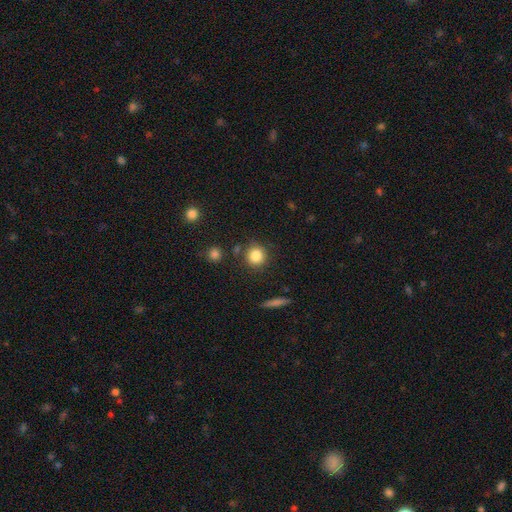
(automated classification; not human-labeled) Smooth or featured: smooth — 84% (star or artifact — 10%)
How rounded: round — 91% (in between — 8%)
Merging: none — 83% (minor disturbance — 9%)